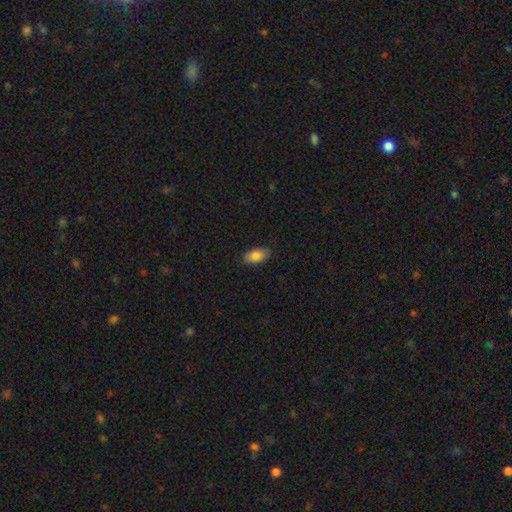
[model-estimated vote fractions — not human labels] Smooth or featured? smooth (85%)
How rounded? in between (93%)
Merging? none (85%)